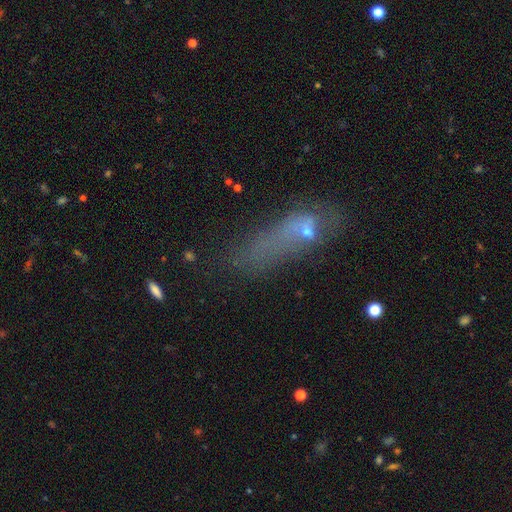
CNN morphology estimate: A smooth galaxy with no disk features (50%).

Vote fractions:
- Smooth or featured? smooth: 50% / featured or disk: 27% / star or artifact: 24%
- Merging? major disturbance: 33% / none: 32% / minor disturbance: 21% / merger: 14%